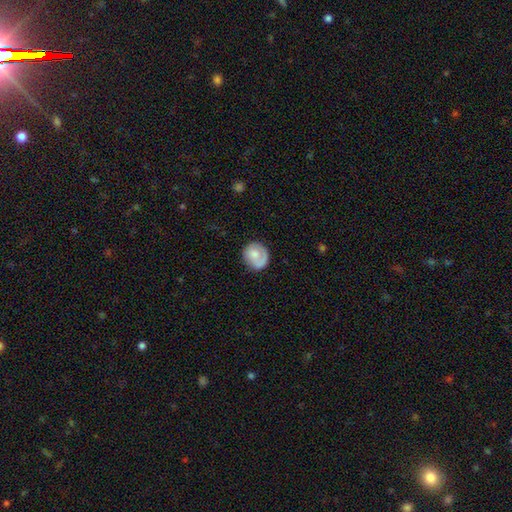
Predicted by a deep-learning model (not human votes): A smooth galaxy with no disk features (63%) that is round (82%).

Vote fractions:
- Smooth or featured? smooth: 63% / featured or disk: 31% / star or artifact: 6%
- How rounded? round: 82% / in between: 17% / cigar-shaped: 1%
- Merging? none: 70% / minor disturbance: 19% / major disturbance: 9% / merger: 2%